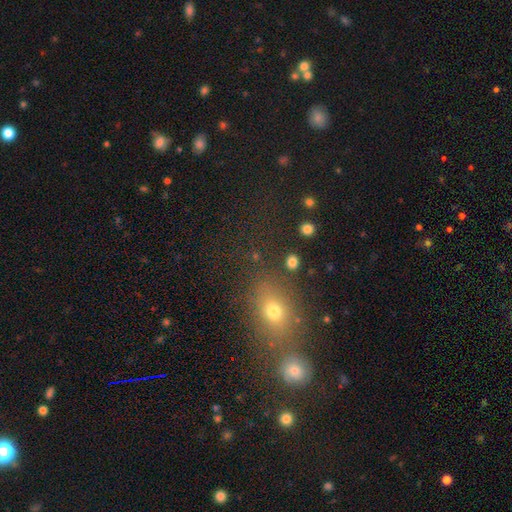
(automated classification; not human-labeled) A smooth galaxy with no disk features (55%) that is in between round and cigar-shaped (52%).

Vote fractions:
- Smooth or featured? smooth: 55% / star or artifact: 33% / featured or disk: 13%
- How rounded? in between: 52% / round: 43% / cigar-shaped: 5%
- Merging? none: 59% / merger: 22% / minor disturbance: 12% / major disturbance: 6%